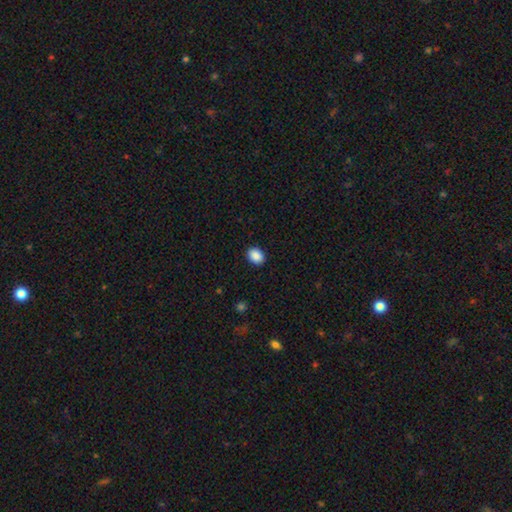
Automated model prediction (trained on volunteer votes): Smooth or featured?
  - smooth: 89% *
  - star or artifact: 8%
  - featured or disk: 3%
How rounded?
  - in between: 65% *
  - round: 34%
  - cigar-shaped: 1%
Merging?
  - none: 90% *
  - minor disturbance: 7%
  - major disturbance: 2%
  - merger: 1%